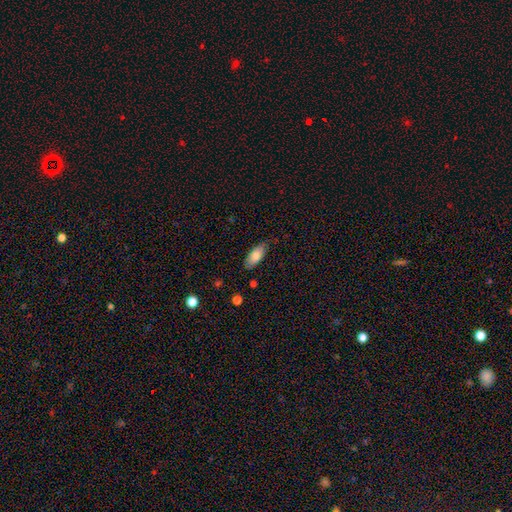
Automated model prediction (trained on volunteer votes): smooth_or_featured: smooth (p=0.78) [alt: featured or disk p=0.16]
how_rounded: in between (p=0.81) [alt: cigar-shaped p=0.17]
merging: none (p=0.79) [alt: minor disturbance p=0.17]